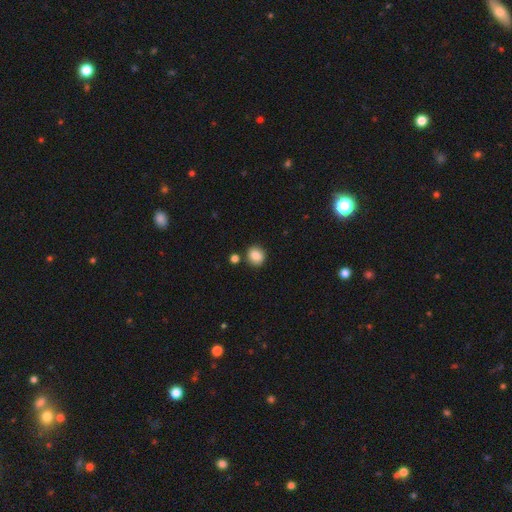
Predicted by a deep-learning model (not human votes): smooth 86%, star or artifact 9%, featured or disk 5%. Down the decision tree: how rounded — round (77%); merging — none (82%).